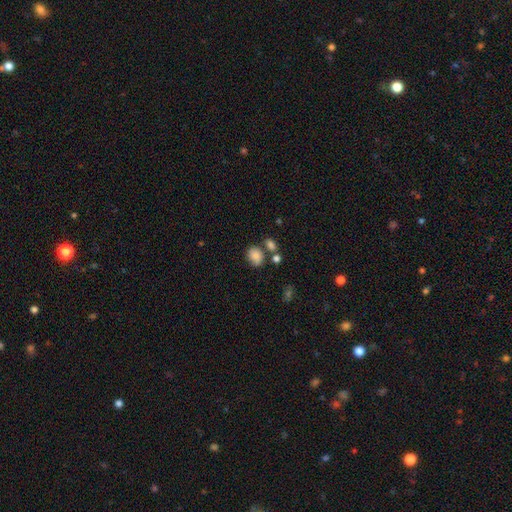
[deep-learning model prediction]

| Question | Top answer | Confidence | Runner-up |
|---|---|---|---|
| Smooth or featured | smooth | 84% | star or artifact (9%) |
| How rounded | in between | 58% | round (41%) |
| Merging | none | 58% | merger (18%) |